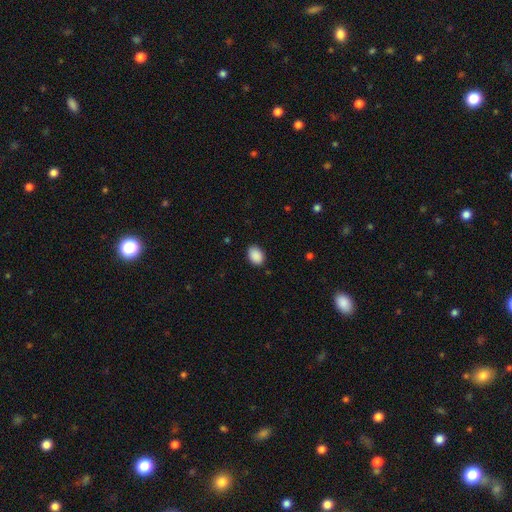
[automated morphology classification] This appears to be a smooth galaxy with no disk features (90%) that is in between round and cigar-shaped (74%). Merging: none (86%).